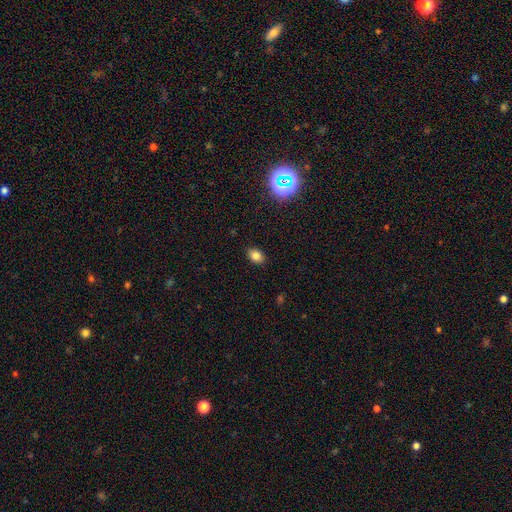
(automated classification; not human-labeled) A smooth galaxy with no disk features (80%) that is in between round and cigar-shaped (79%). Merging: none (87%).